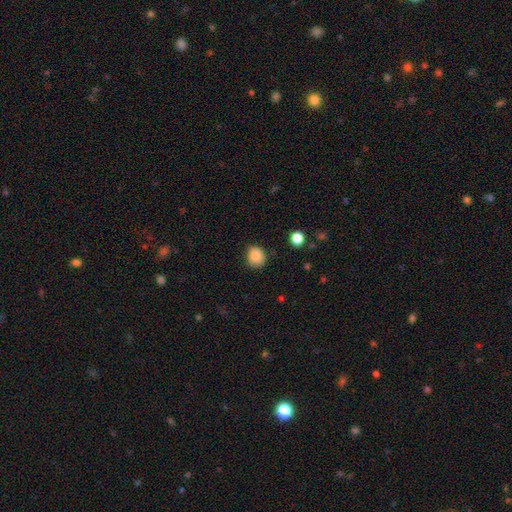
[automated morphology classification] Q: Smooth or featured?
A: smooth (85%); runner-up: star or artifact (9%)
Q: How rounded?
A: round (72%); runner-up: in between (28%)
Q: Merging?
A: none (74%); runner-up: minor disturbance (20%)